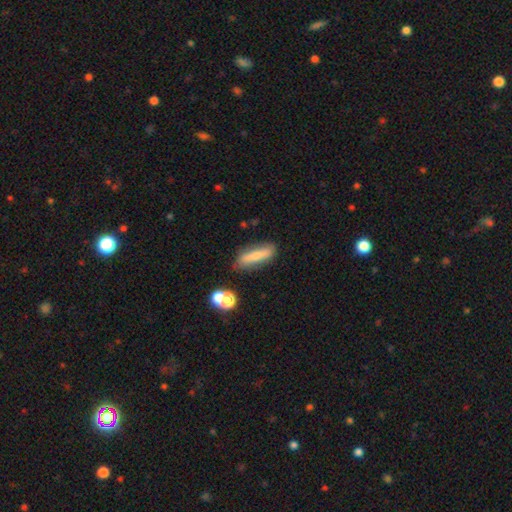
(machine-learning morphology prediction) Overall: smooth (68%). How rounded: cigar-shaped (72%). Merging: none (76%).